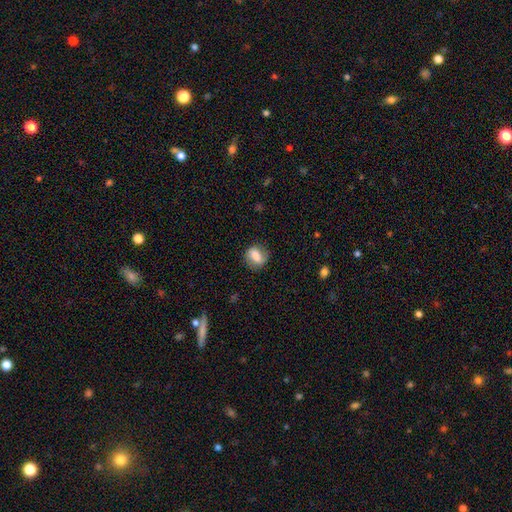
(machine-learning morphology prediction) A smooth galaxy with no disk features (56%) that is round (54%).

Vote fractions:
- Smooth or featured? smooth: 56% / featured or disk: 35% / star or artifact: 9%
- How rounded? round: 54% / in between: 44% / cigar-shaped: 3%
- Merging? none: 77% / minor disturbance: 16% / major disturbance: 6% / merger: 1%